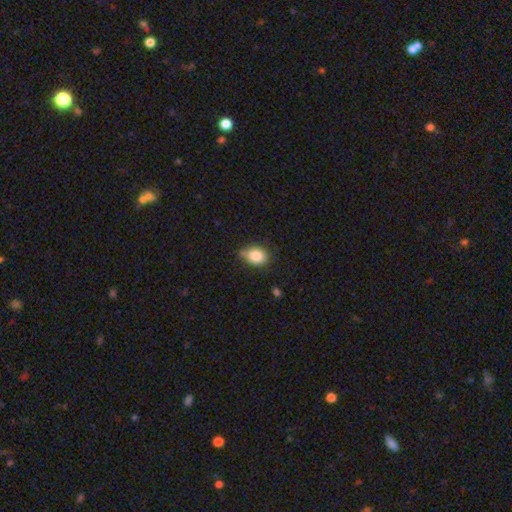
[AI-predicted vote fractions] Morphology: type=smooth (85%); roundness=in between (65%); merging=none (66%).